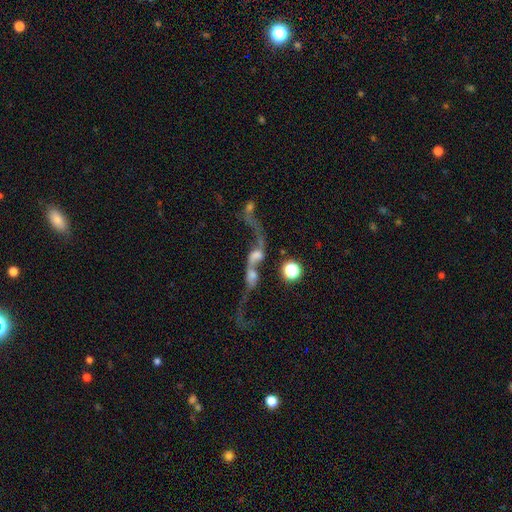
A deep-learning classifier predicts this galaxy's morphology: smooth_or_featured: featured or disk (p=0.63) [alt: smooth p=0.22]
disk_edge_on: no (p=0.88) [alt: yes p=0.12]
bar: no (p=0.66) [alt: weak p=0.25]
has_spiral_arms: yes (p=0.67) [alt: no p=0.33]
bulge_size: none (p=0.30) [alt: moderate p=0.27]
merging: merger (p=0.67) [alt: major disturbance p=0.15]